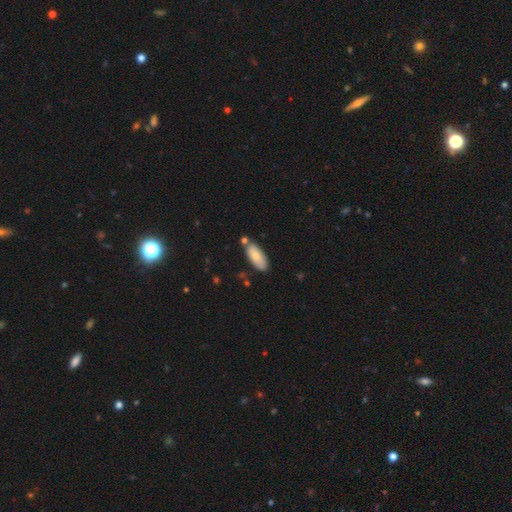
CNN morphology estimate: A smooth galaxy with no disk features (79%) that is in between round and cigar-shaped (82%).

Vote fractions:
- Smooth or featured? smooth: 79% / featured or disk: 15% / star or artifact: 6%
- How rounded? in between: 82% / cigar-shaped: 16% / round: 2%
- Merging? none: 72% / minor disturbance: 16% / merger: 9% / major disturbance: 3%